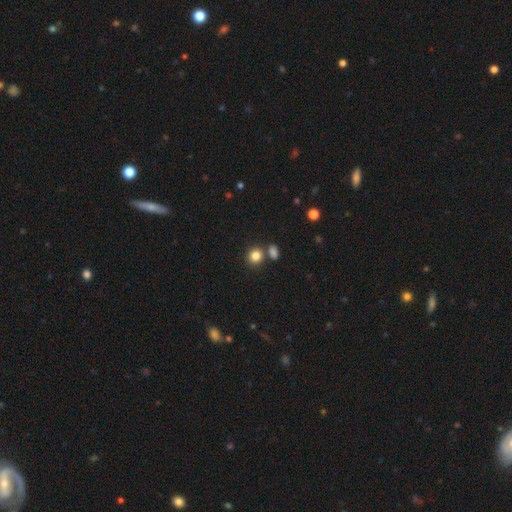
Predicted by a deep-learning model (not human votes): A smooth galaxy with no disk features (83%) that is round (79%).

Vote fractions:
- Smooth or featured? smooth: 83% / star or artifact: 11% / featured or disk: 6%
- How rounded? round: 79% / in between: 20% / cigar-shaped: 1%
- Merging? none: 70% / merger: 18% / minor disturbance: 9% / major disturbance: 3%